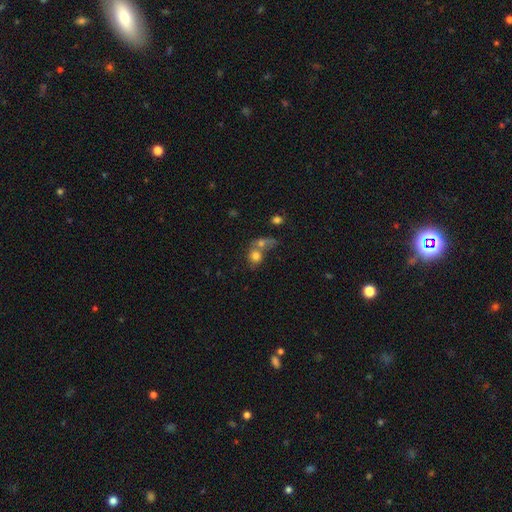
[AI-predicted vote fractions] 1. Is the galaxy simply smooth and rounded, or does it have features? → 73% smooth, 15% featured or disk, 12% star or artifact.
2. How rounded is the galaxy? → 69% round, 30% in between, 1% cigar-shaped.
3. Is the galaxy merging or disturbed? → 60% merger, 25% none, 8% minor disturbance, 8% major disturbance.